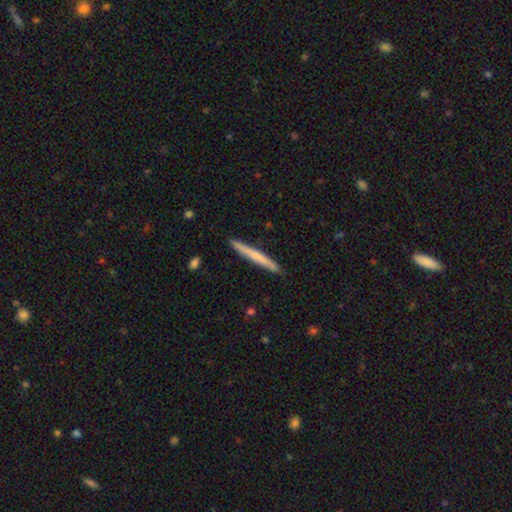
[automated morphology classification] This appears to be a smooth galaxy with no disk features (58%) that is cigar-shaped (97%). Merging: none (92%).